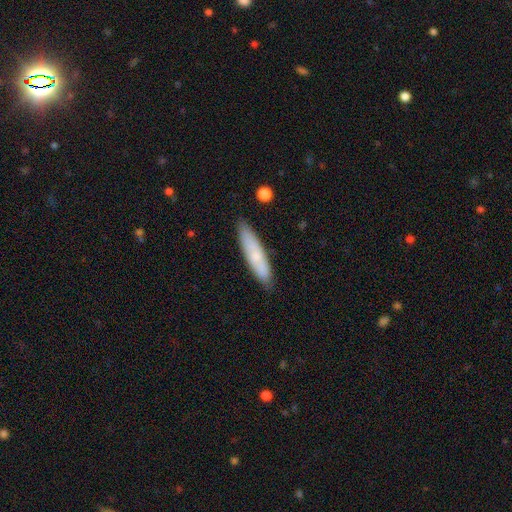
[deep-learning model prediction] Morphology: type=smooth (66%); roundness=cigar-shaped (78%); merging=none (85%).